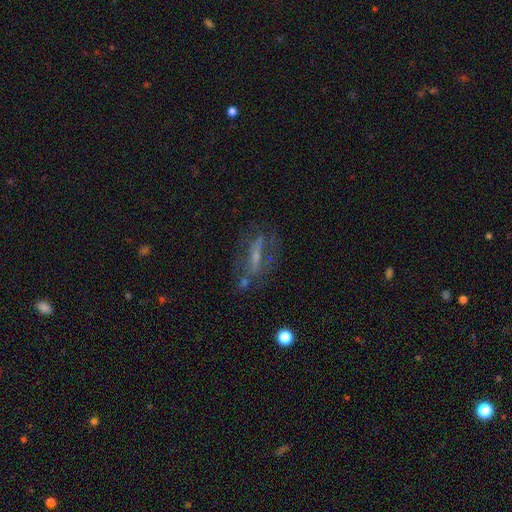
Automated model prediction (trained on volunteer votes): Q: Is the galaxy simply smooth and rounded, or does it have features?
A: featured or disk — 58%.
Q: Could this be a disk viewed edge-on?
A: no — 68%.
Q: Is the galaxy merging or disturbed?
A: none — 57%.